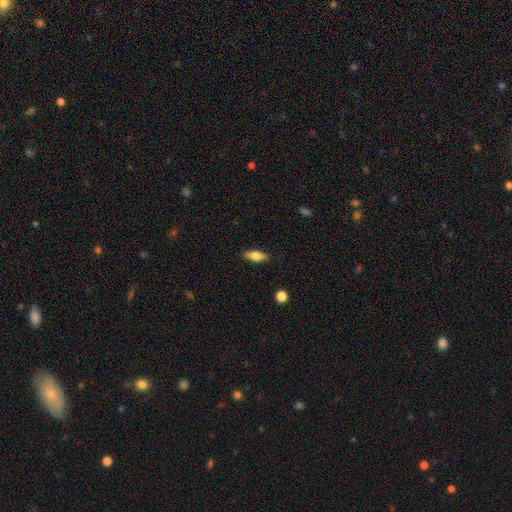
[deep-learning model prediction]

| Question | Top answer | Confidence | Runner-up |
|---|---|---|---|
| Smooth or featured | smooth | 67% | featured or disk (26%) |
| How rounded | in between | 66% | cigar-shaped (31%) |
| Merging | none | 85% | minor disturbance (11%) |